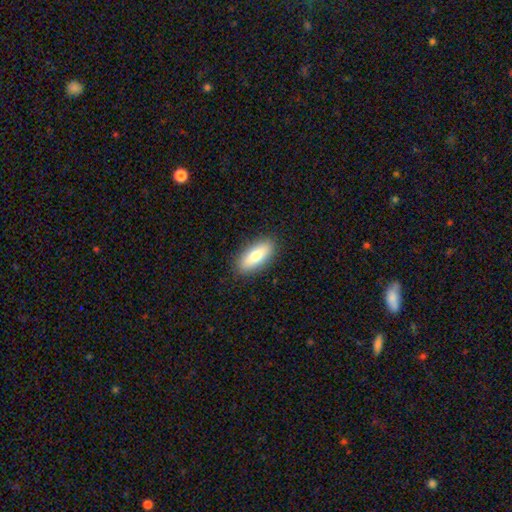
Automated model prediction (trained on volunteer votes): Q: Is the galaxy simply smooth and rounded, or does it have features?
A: smooth — 76%.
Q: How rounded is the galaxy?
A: in between — 78%.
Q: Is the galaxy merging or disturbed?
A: none — 89%.